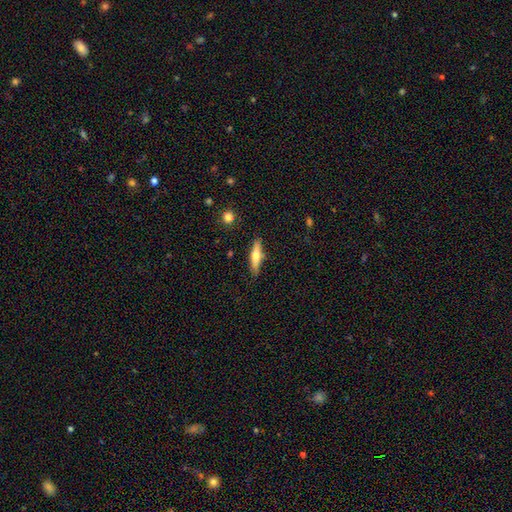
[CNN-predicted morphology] Smooth or featured? smooth (49%)
Merging? none (85%)